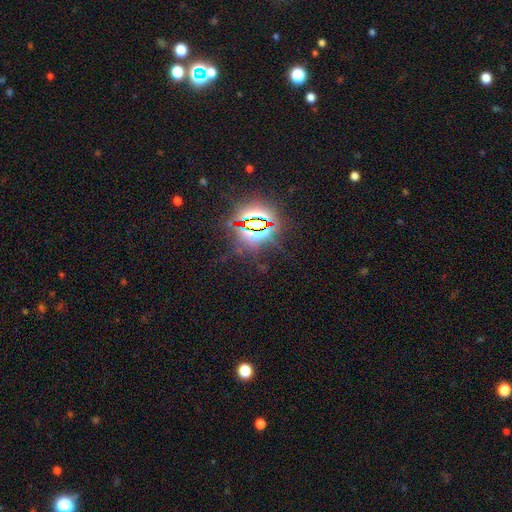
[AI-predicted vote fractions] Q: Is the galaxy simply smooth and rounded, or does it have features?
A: star or artifact — 85%.